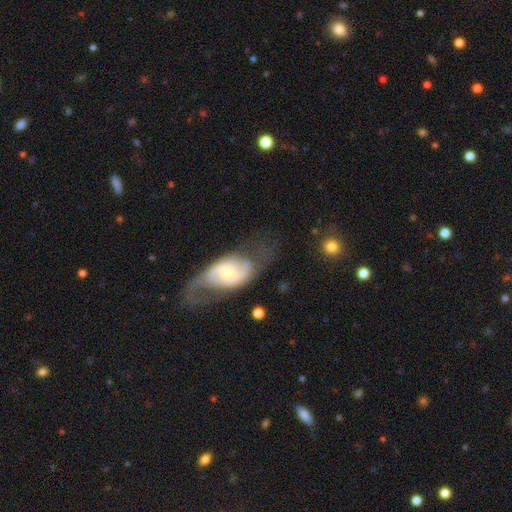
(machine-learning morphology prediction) Smooth or featured: featured or disk — 75% (smooth — 16%)
Edge-on disk: no — 91% (yes — 9%)
Bar: no — 49% (weak — 38%)
Spiral arms: yes — 89% (no — 11%)
Spiral winding: medium — 42% (loose — 40%)
Spiral arm count: 2 — 84% (can't tell — 8%)
Bulge size: moderate — 42% (small — 29%)
Merging: none — 66% (minor disturbance — 18%)